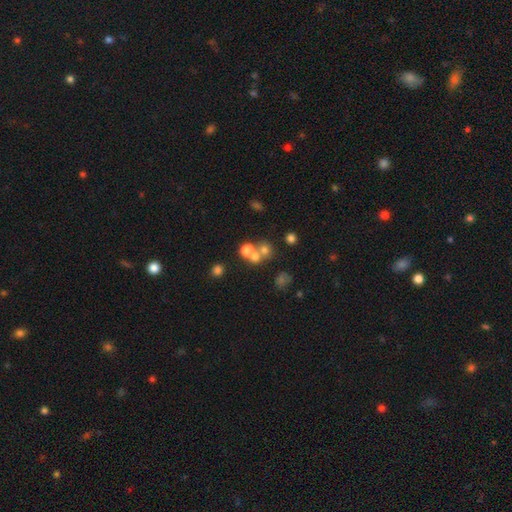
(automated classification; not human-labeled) Morphology: type=smooth (58%); roundness=round (83%); merging=merger (45%).